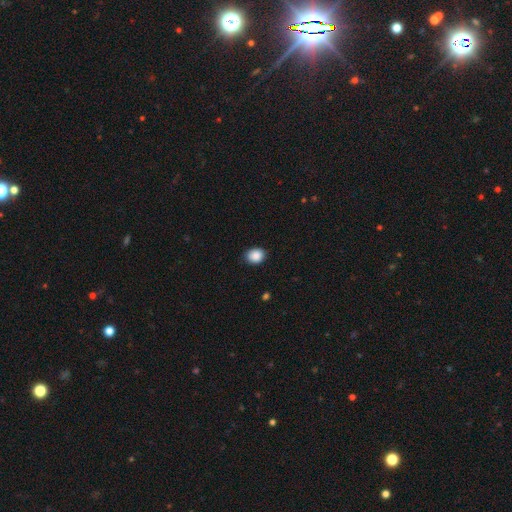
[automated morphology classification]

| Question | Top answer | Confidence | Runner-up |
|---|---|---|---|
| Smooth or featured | smooth | 89% | star or artifact (8%) |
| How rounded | round | 54% | in between (45%) |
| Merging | none | 86% | minor disturbance (11%) |